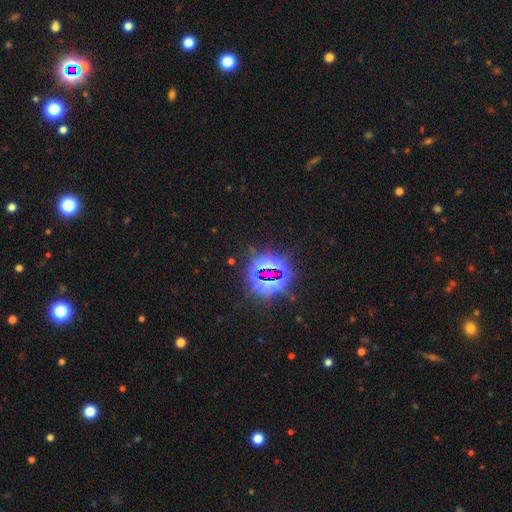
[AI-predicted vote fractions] Q: Smooth or featured?
A: star or artifact (82%); runner-up: smooth (11%)